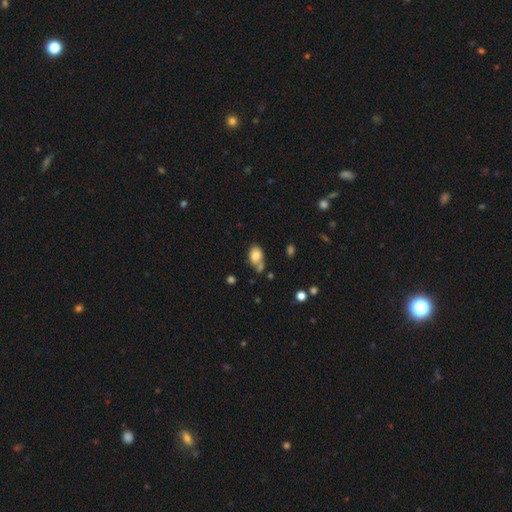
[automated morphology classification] Overall: smooth (80%). How rounded: in between (79%). Merging: none (45%; merger 24%).